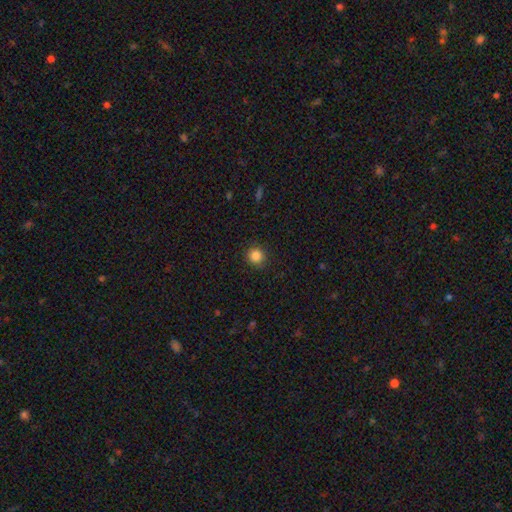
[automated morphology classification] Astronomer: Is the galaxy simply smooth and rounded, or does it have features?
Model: smooth — 85%.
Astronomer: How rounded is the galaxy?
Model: round — 91%.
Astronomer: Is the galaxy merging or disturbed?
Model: none — 90%.